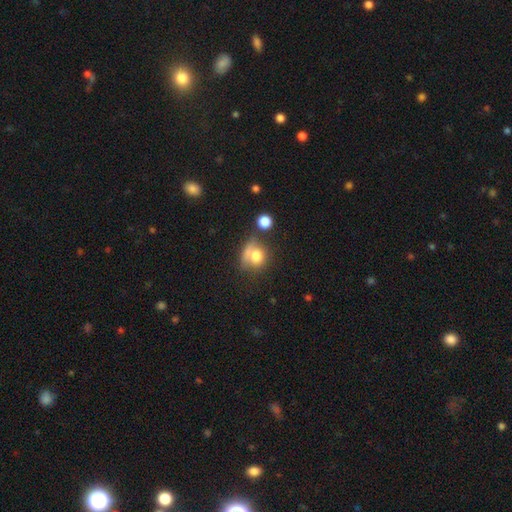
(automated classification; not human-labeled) The model was most divided on "merging": none: 41%, merger: 23%, minor disturbance: 19%, major disturbance: 16%. More confident: smooth or featured — smooth (72%); how rounded — round (72%).